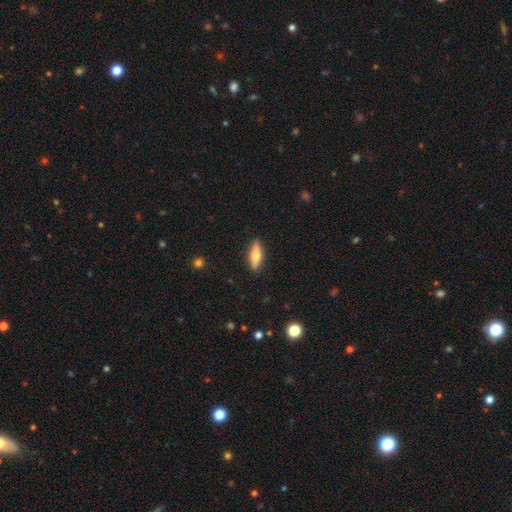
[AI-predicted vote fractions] smooth-or-featured: smooth: 63% | featured or disk: 31% | star or artifact: 6%
  how-rounded: in between: 49% | cigar-shaped: 48% | round: 3%
  merging: none: 88% | minor disturbance: 9% | major disturbance: 2% | merger: 1%